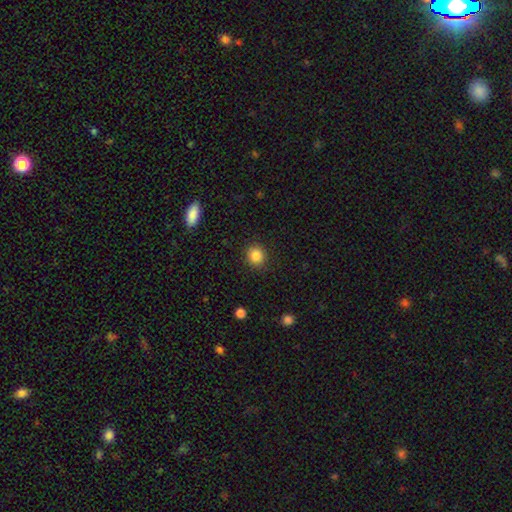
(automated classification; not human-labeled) smooth 85%, star or artifact 10%, featured or disk 5%. Down the decision tree: how rounded — round (85%); merging — none (90%).